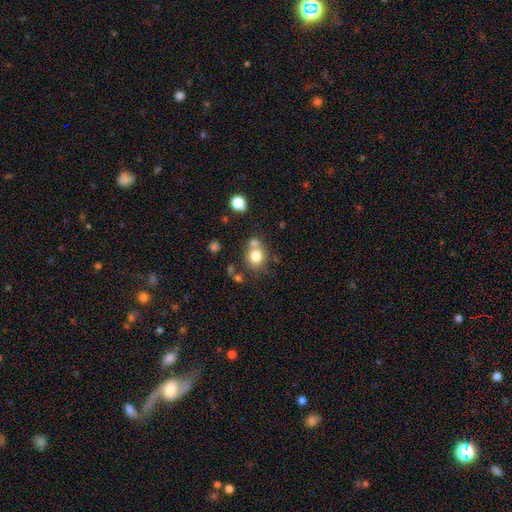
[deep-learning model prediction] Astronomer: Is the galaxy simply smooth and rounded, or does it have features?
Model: smooth — 78%.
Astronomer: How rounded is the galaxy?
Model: round — 75%.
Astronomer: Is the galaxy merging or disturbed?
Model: none — 56%.